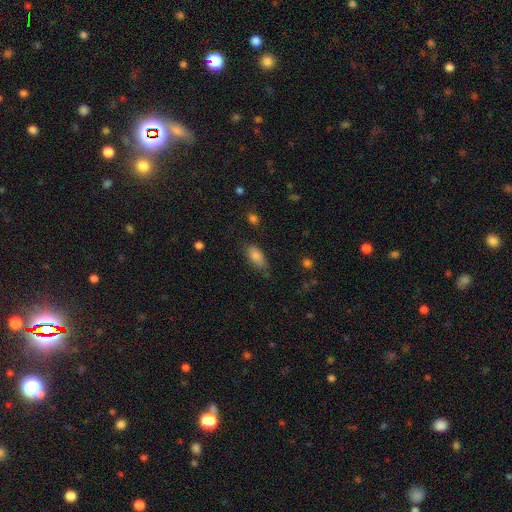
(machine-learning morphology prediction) Smooth or featured? smooth (83%)
How rounded? in between (86%)
Merging? none (68%)